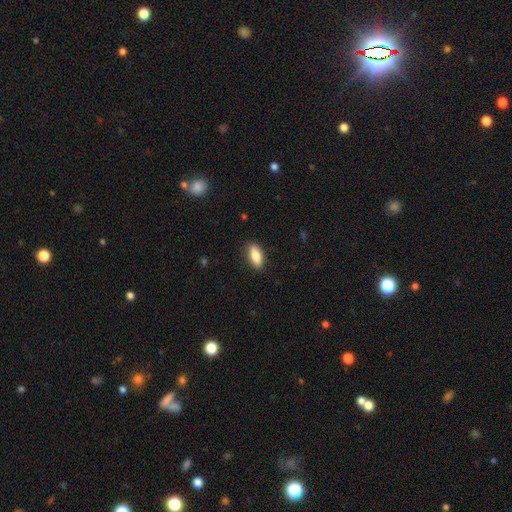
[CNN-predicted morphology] Smooth or featured? Predicted: smooth (p=0.83). How rounded? Predicted: in between (p=0.79). Merging? Predicted: none (p=0.88).